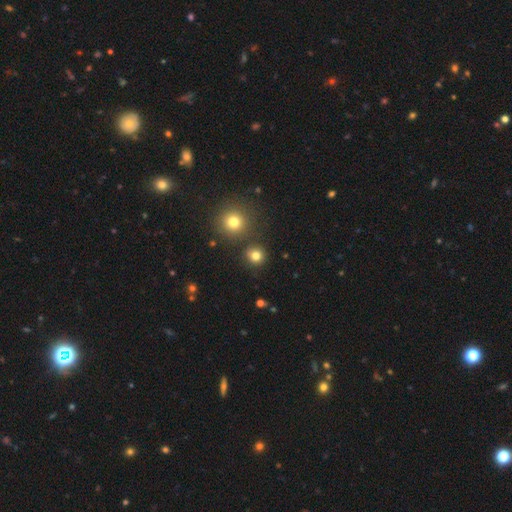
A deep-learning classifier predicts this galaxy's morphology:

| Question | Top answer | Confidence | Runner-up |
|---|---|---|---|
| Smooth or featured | smooth | 79% | star or artifact (15%) |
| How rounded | round | 91% | in between (8%) |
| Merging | none | 86% | minor disturbance (7%) |